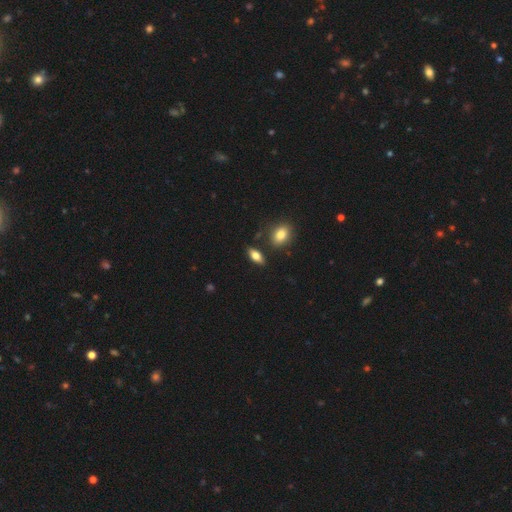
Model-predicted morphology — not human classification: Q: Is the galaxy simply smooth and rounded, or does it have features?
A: smooth — 70%.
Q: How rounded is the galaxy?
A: in between — 81%.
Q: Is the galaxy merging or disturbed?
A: none — 81%.